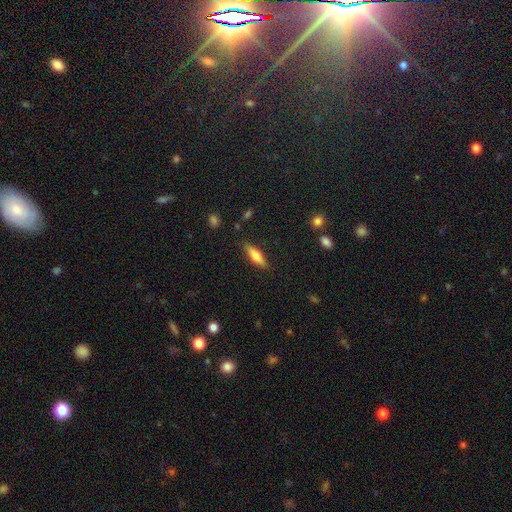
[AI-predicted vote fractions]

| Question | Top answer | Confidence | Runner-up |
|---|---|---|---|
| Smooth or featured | smooth | 60% | featured or disk (34%) |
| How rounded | cigar-shaped | 57% | in between (40%) |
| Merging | none | 86% | minor disturbance (10%) |